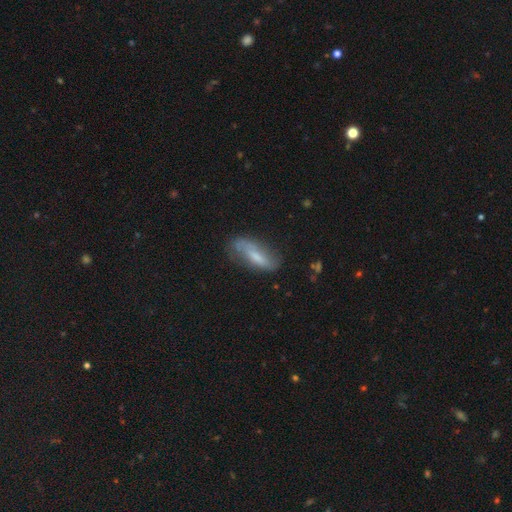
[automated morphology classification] Q: Smooth or featured?
A: smooth (55%); runner-up: featured or disk (38%)
Q: How rounded?
A: in between (59%); runner-up: cigar-shaped (39%)
Q: Merging?
A: none (56%); runner-up: minor disturbance (29%)